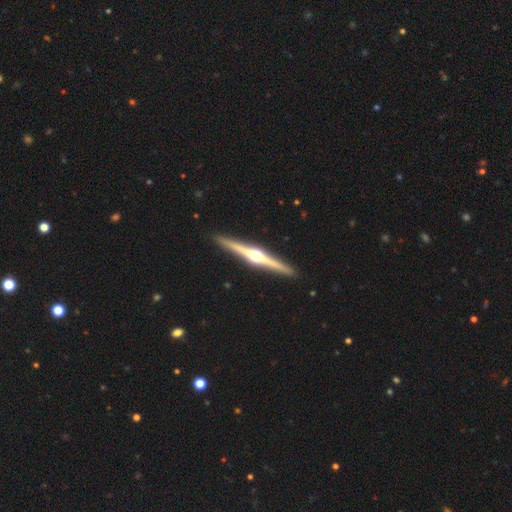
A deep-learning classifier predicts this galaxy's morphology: A featured or disk galaxy (85%) viewed edge-on (99%) with a rounded central bulge (96%).

Vote fractions:
- Smooth or featured? featured or disk: 85% / smooth: 11% / star or artifact: 4%
- Edge-on disk? yes: 99% / no: 1%
- Edge-on bulge? rounded: 96% / boxy: 2% / none: 2%
- Merging? none: 93% / minor disturbance: 5% / major disturbance: 1% / merger: 1%